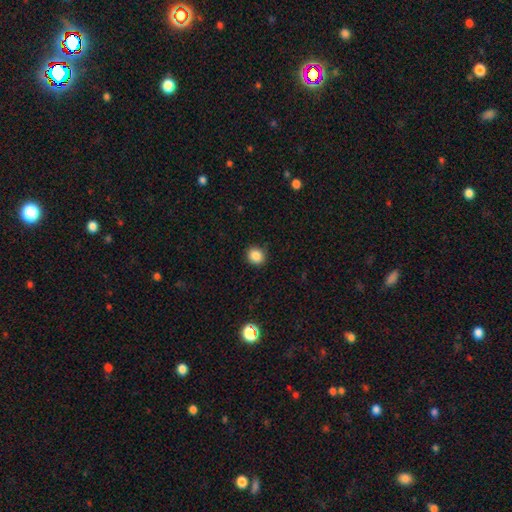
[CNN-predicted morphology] A smooth galaxy with no disk features (86%) that is round (84%).

Vote fractions:
- Smooth or featured? smooth: 86% / star or artifact: 10% / featured or disk: 4%
- How rounded? round: 84% / in between: 15% / cigar-shaped: 1%
- Merging? none: 90% / minor disturbance: 7% / major disturbance: 2% / merger: 1%